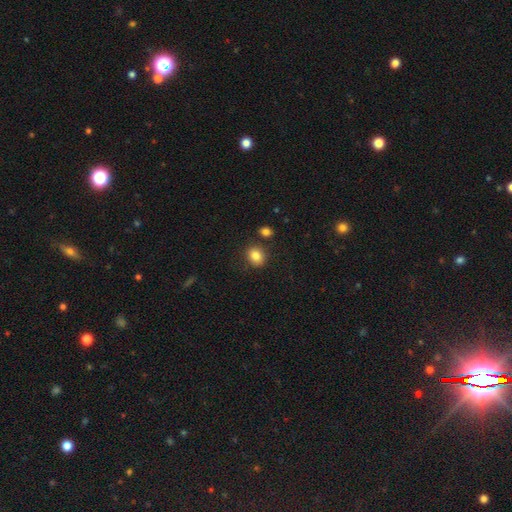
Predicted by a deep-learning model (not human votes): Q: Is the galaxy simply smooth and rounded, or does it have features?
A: smooth — 84%.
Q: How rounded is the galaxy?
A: round — 65%.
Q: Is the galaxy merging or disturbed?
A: none — 81%.